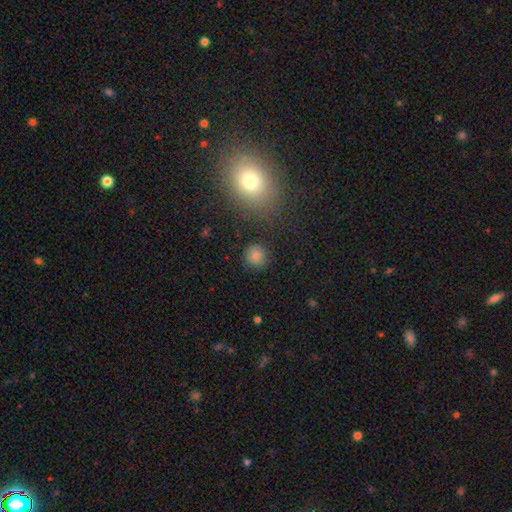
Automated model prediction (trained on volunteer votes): smooth-or-featured: smooth: 82% | star or artifact: 13% | featured or disk: 5%
  how-rounded: round: 88% | in between: 11% | cigar-shaped: 1%
  merging: none: 87% | minor disturbance: 8% | major disturbance: 3% | merger: 2%